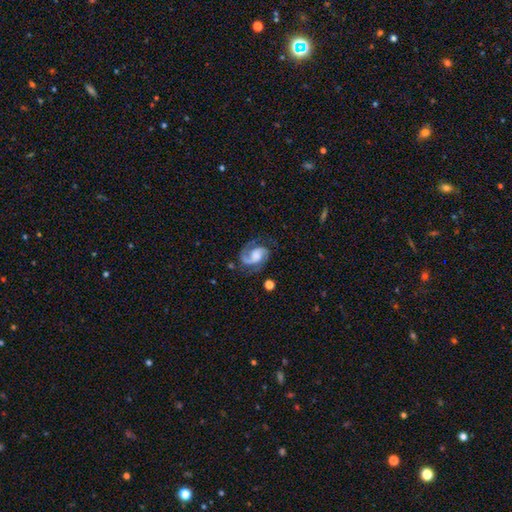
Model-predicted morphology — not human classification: Overall: featured or disk (87%). Edge-on disk: no (98%). Bar: no (54%; weak 36%). Spiral arms: yes (97%). Spiral arm count: 2 (86%). Spiral winding: medium (54%; tight 28%). Bulge size: moderate (27%, tied with large). Merging: none (71%).